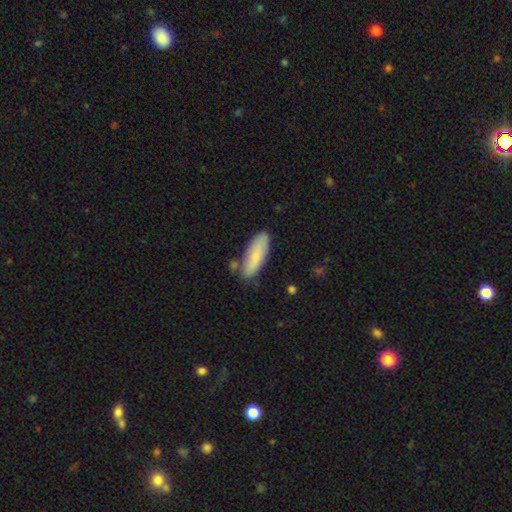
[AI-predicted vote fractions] Smooth or featured: smooth — 80% (featured or disk — 14%)
How rounded: in between — 62% (cigar-shaped — 36%)
Merging: none — 72% (minor disturbance — 18%)